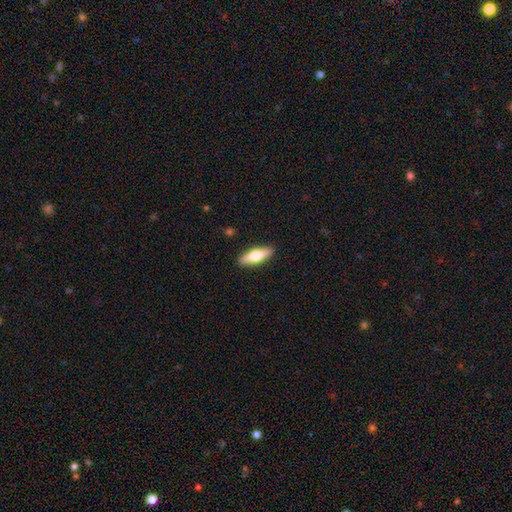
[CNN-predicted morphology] Smooth or featured? smooth (56%)
How rounded? in between (50%)
Merging? none (90%)